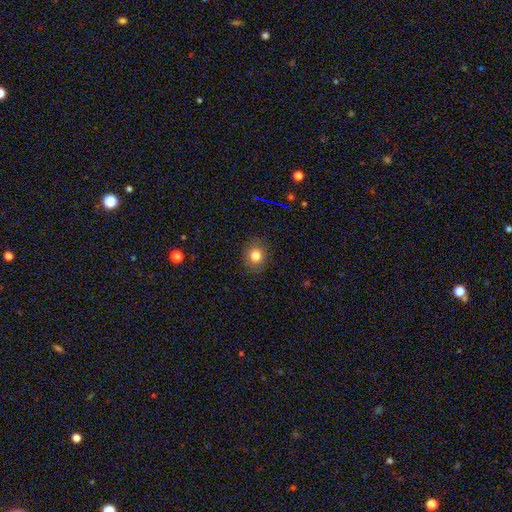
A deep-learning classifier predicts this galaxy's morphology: Smooth or featured?
  - smooth: 80% *
  - star or artifact: 12%
  - featured or disk: 8%
How rounded?
  - round: 74% *
  - in between: 25%
  - cigar-shaped: 1%
Merging?
  - none: 87% *
  - minor disturbance: 9%
  - major disturbance: 3%
  - merger: 1%